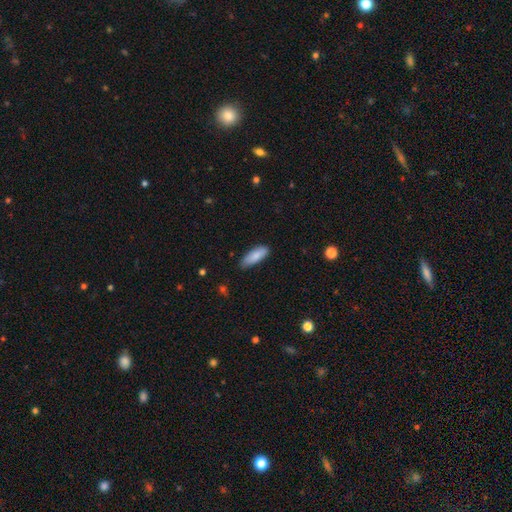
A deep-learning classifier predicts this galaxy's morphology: Smooth or featured?
  - smooth: 84% *
  - featured or disk: 10%
  - star or artifact: 6%
How rounded?
  - in between: 66% *
  - cigar-shaped: 32%
  - round: 2%
Merging?
  - none: 78% *
  - minor disturbance: 19%
  - major disturbance: 2%
  - merger: 1%